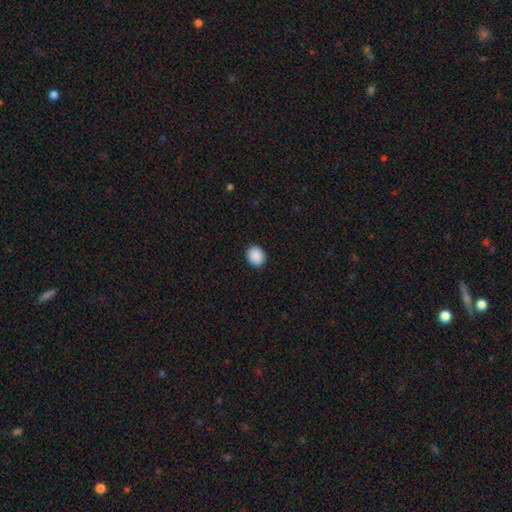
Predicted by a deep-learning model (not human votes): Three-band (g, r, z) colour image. It shows a smooth galaxy with no disk features (90%) that is round (61%). Merging: none (91%).